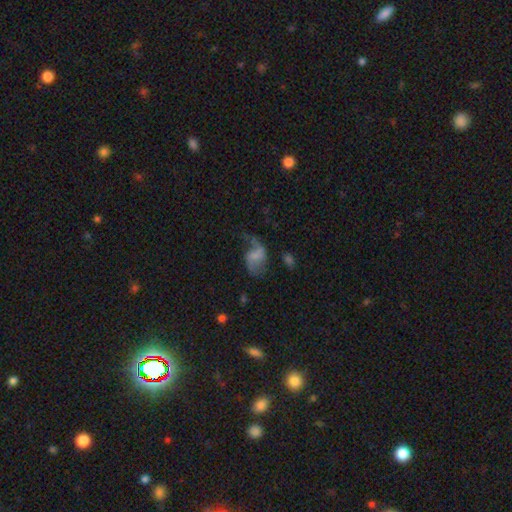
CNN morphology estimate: A featured or disk galaxy (56%) with no bar (43%), spiral arms (80%) and no central bulge (55%). Merging: none (37%).